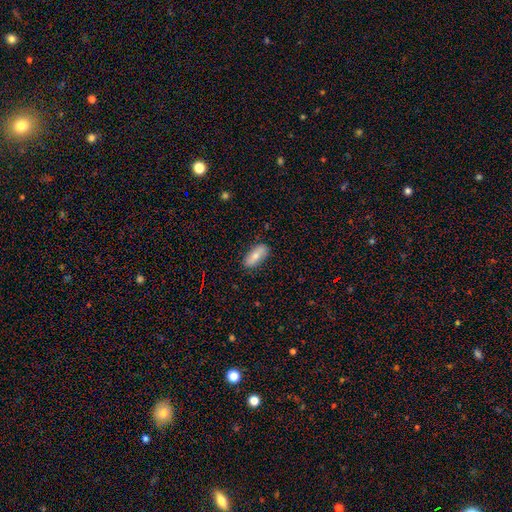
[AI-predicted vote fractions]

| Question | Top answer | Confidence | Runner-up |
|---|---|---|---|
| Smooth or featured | smooth | 74% | featured or disk (20%) |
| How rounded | in between | 83% | cigar-shaped (14%) |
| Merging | none | 84% | minor disturbance (13%) |